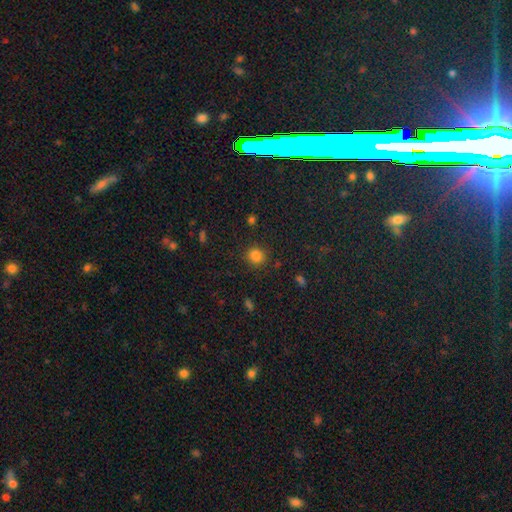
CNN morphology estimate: type=smooth (81%); roundness=round (83%); merging=none (83%).